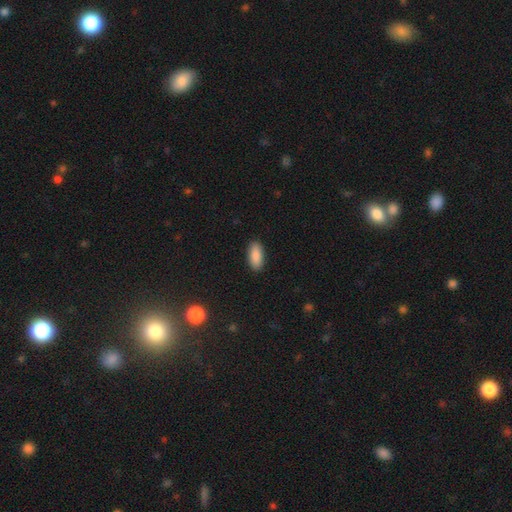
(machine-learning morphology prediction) A smooth galaxy with no disk features (89%) that is in between round and cigar-shaped (87%).

Vote fractions:
- Smooth or featured? smooth: 89% / star or artifact: 6% / featured or disk: 4%
- How rounded? in between: 87% / cigar-shaped: 12% / round: 2%
- Merging? none: 89% / minor disturbance: 8% / major disturbance: 2% / merger: 1%